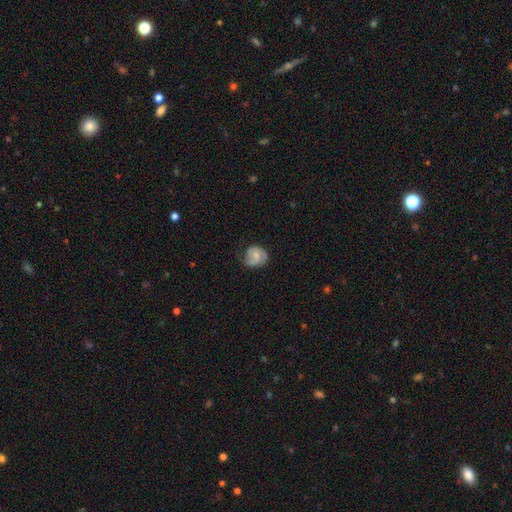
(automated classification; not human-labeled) smooth_or_featured: smooth (p=0.54) [alt: featured or disk p=0.39]
how_rounded: round (p=0.69) [alt: in between p=0.30]
merging: none (p=0.53) [alt: minor disturbance p=0.33]